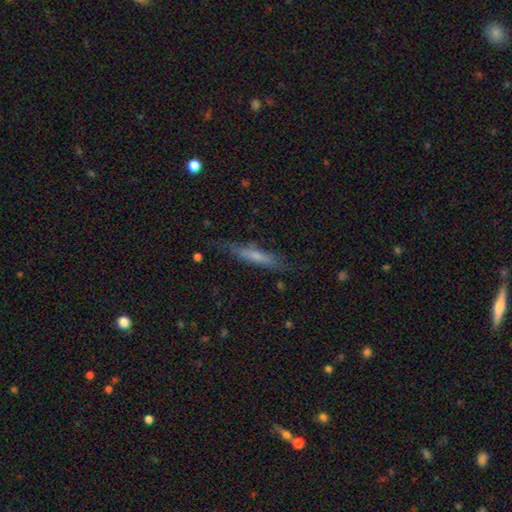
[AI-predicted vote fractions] Overall: smooth (53%; featured or disk 39%). How rounded: cigar-shaped (88%). Merging: none (73%).